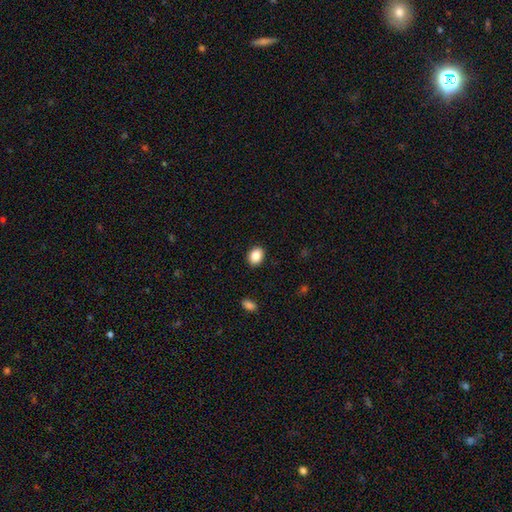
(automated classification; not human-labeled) A smooth galaxy with no disk features (87%) that is in between round and cigar-shaped (62%). Merging: none (90%).